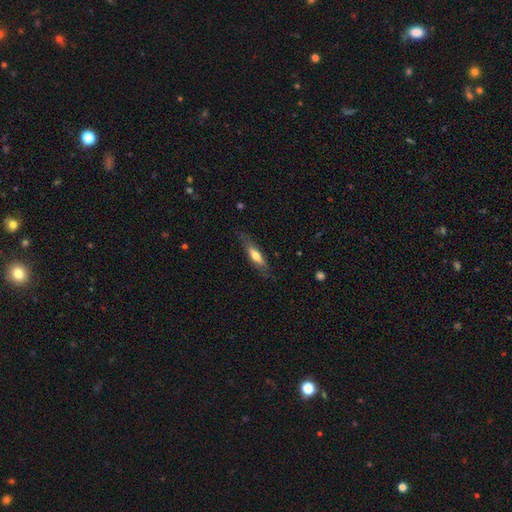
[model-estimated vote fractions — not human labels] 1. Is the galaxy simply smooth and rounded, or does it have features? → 57% smooth, 38% featured or disk, 6% star or artifact.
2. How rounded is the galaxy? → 66% cigar-shaped, 32% in between, 2% round.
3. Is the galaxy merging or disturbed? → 77% none, 17% minor disturbance, 5% major disturbance, 1% merger.